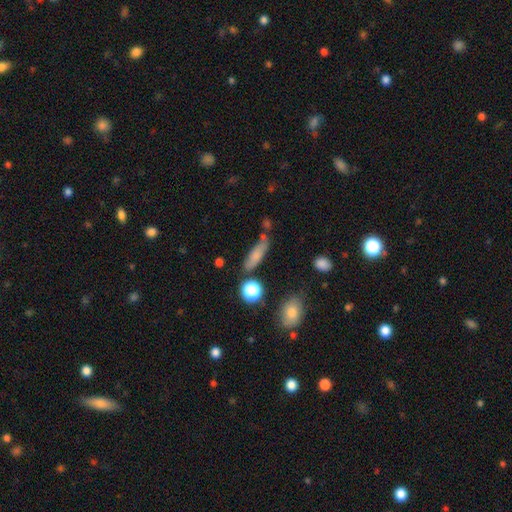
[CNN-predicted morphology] smooth_or_featured: smooth (p=0.73) [alt: featured or disk p=0.15]
how_rounded: cigar-shaped (p=0.54) [alt: in between p=0.40]
merging: none (p=0.62) [alt: minor disturbance p=0.21]